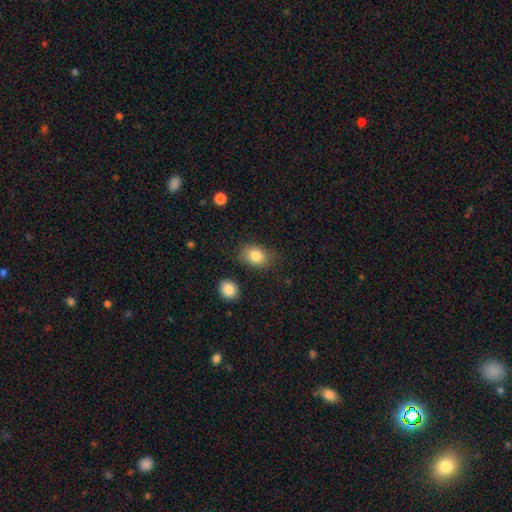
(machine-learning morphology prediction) This is clearly a smooth galaxy (83%). How rounded: likely in between (73%). Merging: likely none (74%).